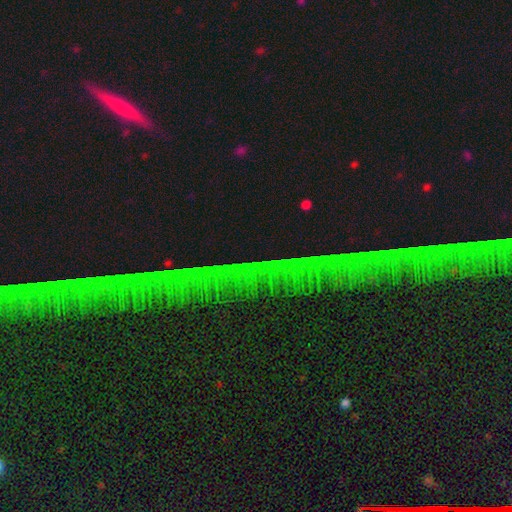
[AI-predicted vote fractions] A star or artifact, not a galaxy (79%).

Vote fractions:
- Smooth or featured? star or artifact: 79% / featured or disk: 12% / smooth: 9%